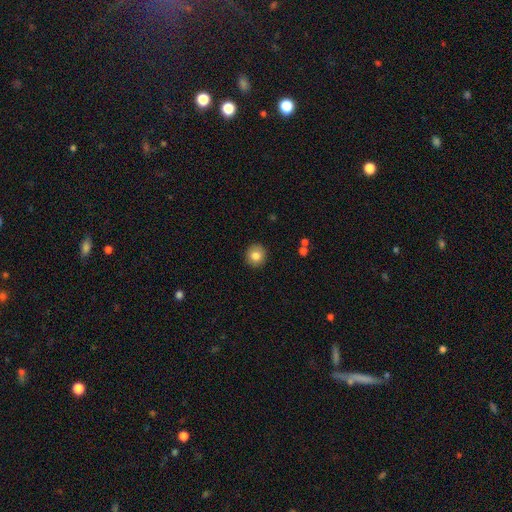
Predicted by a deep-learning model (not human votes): A smooth galaxy with no disk features (82%) that is round (91%).

Vote fractions:
- Smooth or featured? smooth: 82% / featured or disk: 9% / star or artifact: 9%
- How rounded? round: 91% / in between: 8% / cigar-shaped: 1%
- Merging? none: 91% / minor disturbance: 6% / major disturbance: 2% / merger: 1%